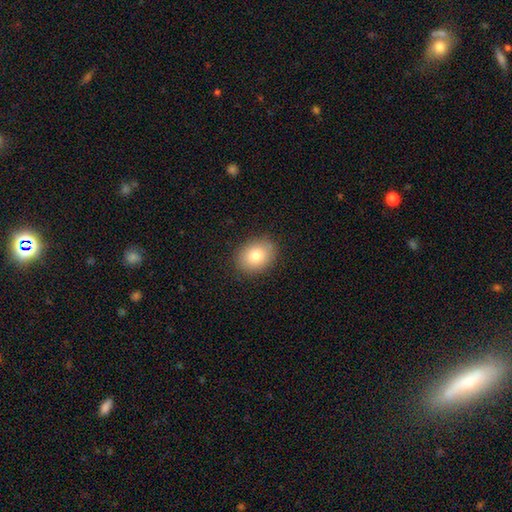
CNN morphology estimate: This appears to be a smooth galaxy with no disk features (80%) that is in between round and cigar-shaped (59%). Merging: none (88%).